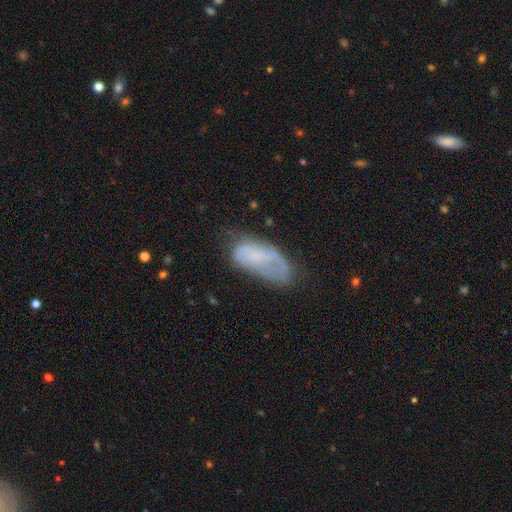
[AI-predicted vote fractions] smooth_or_featured: smooth (p=0.51) [alt: featured or disk p=0.38]
how_rounded: in between (p=0.88) [alt: cigar-shaped p=0.10]
merging: none (p=0.40) [alt: minor disturbance p=0.31]